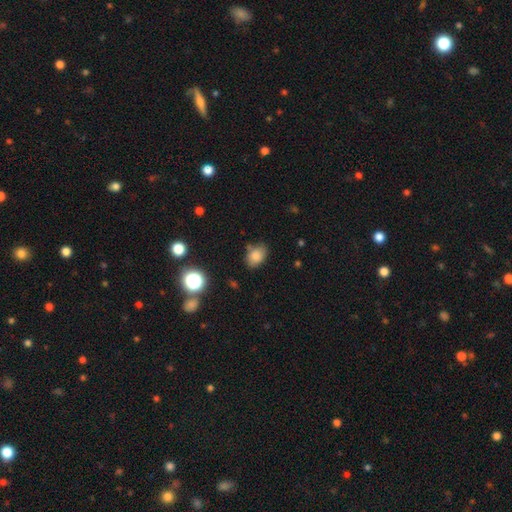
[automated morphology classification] Smooth or featured? Predicted: smooth (p=0.82). How rounded? Predicted: in between (p=0.76). Merging? Predicted: none (p=0.73).